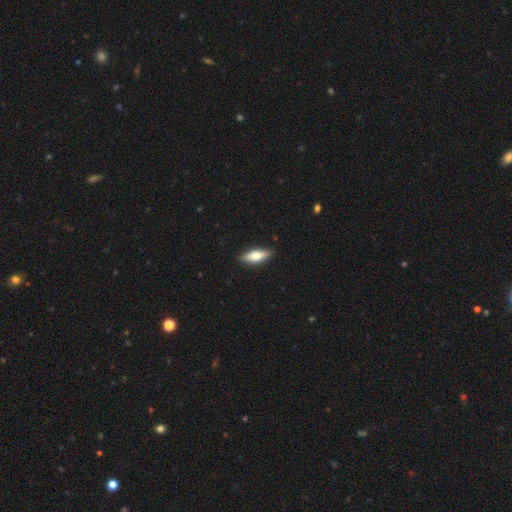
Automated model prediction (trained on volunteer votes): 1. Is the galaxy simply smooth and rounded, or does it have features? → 64% smooth, 30% featured or disk, 6% star or artifact.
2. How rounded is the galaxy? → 60% in between, 38% cigar-shaped, 2% round.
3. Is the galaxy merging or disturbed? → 89% none, 8% minor disturbance, 2% major disturbance, 1% merger.